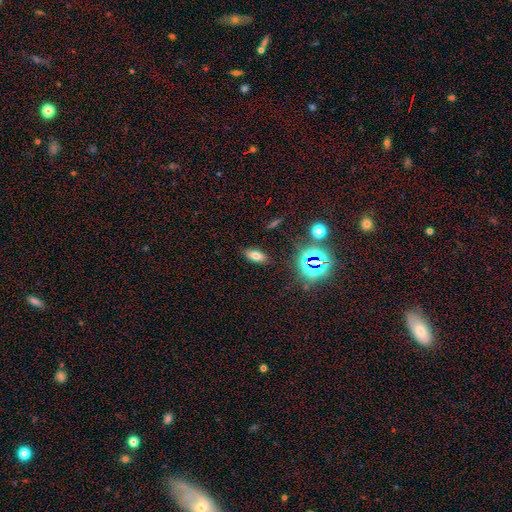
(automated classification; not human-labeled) A smooth galaxy with no disk features (67%) that is in between round and cigar-shaped (83%). Merging: none (86%).